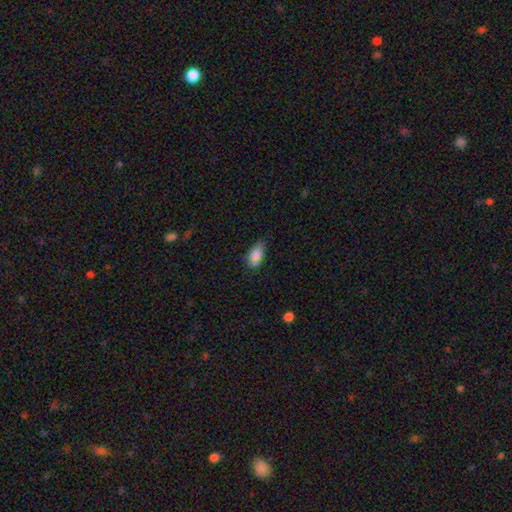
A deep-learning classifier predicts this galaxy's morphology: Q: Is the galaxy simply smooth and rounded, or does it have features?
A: smooth — 82%.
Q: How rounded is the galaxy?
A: in between — 90%.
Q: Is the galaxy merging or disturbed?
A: none — 61%.